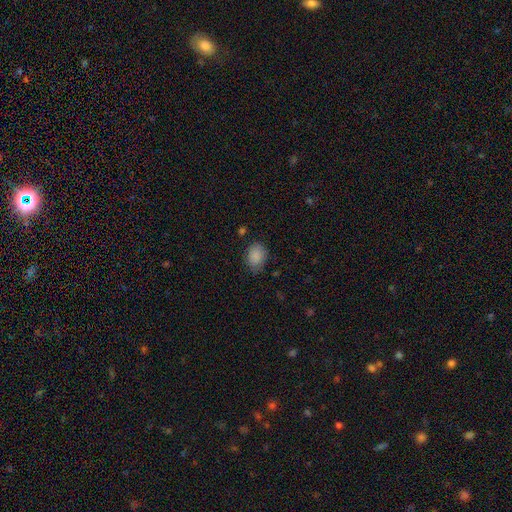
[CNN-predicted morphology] Q: Smooth or featured?
A: smooth (88%); runner-up: star or artifact (8%)
Q: How rounded?
A: in between (68%); runner-up: round (31%)
Q: Merging?
A: none (72%); runner-up: minor disturbance (22%)